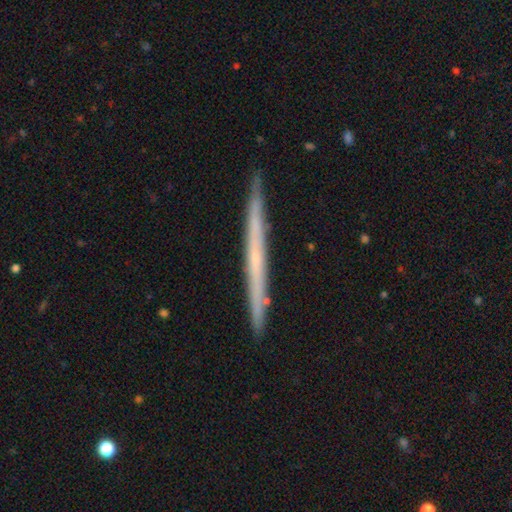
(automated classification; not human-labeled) Smooth or featured? featured or disk (61%)
Edge-on disk? yes (97%)
Edge-on bulge? none (80%)
Merging? none (90%)